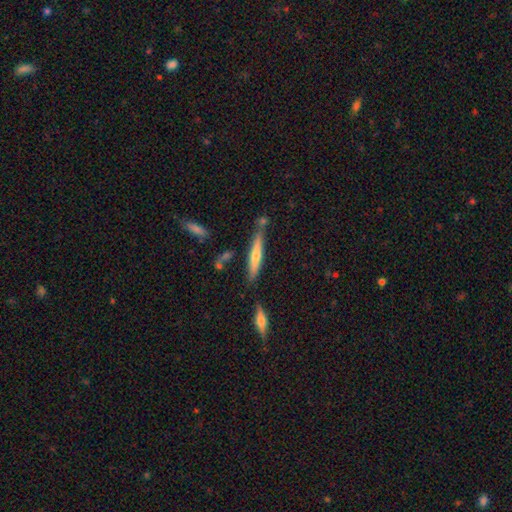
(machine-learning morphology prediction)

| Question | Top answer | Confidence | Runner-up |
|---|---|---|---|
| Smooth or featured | featured or disk | 47% | tied: smooth (47%) |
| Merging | none | 73% | minor disturbance (15%) |